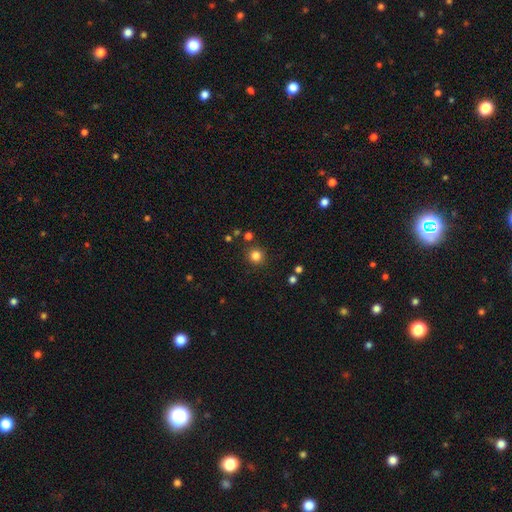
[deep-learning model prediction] Q: Smooth or featured?
A: smooth (81%); runner-up: star or artifact (14%)
Q: How rounded?
A: round (94%); runner-up: in between (5%)
Q: Merging?
A: none (88%); runner-up: minor disturbance (6%)